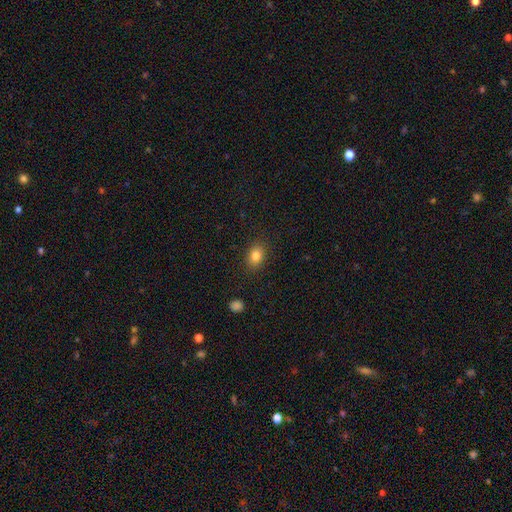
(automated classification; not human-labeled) Smooth or featured?
  - smooth: 83% *
  - star or artifact: 10%
  - featured or disk: 7%
How rounded?
  - in between: 73% *
  - round: 25%
  - cigar-shaped: 1%
Merging?
  - none: 87% *
  - minor disturbance: 9%
  - major disturbance: 3%
  - merger: 1%